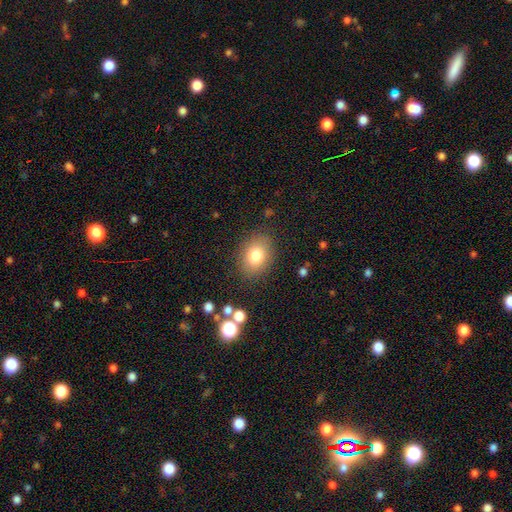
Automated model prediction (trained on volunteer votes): Morphology: type=smooth (79%); roundness=in between (66%); merging=none (84%).